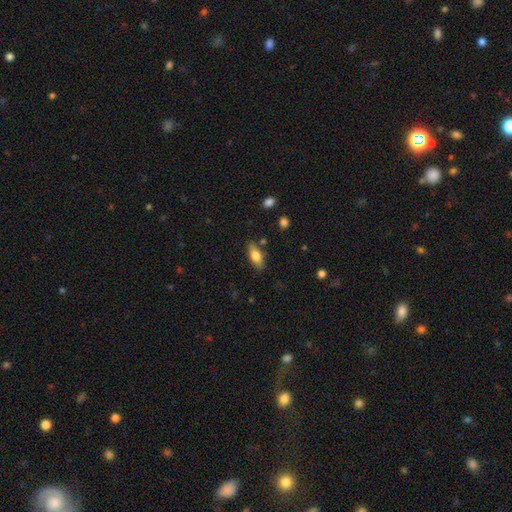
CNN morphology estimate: Overall: smooth (70%). How rounded: in between (75%). Merging: none (81%).